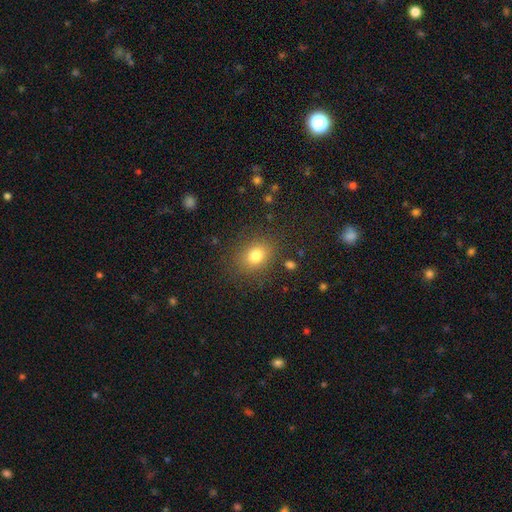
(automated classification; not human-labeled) This is likely a smooth galaxy (80%). How rounded: possibly round (56%). Merging: clearly none (83%).